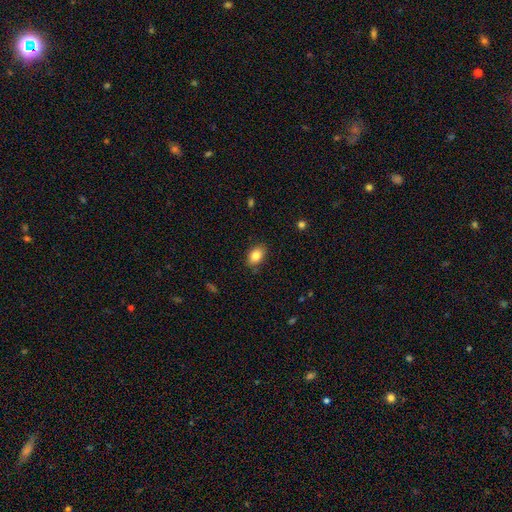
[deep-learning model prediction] Smooth or featured? smooth (85%)
How rounded? in between (82%)
Merging? none (84%)